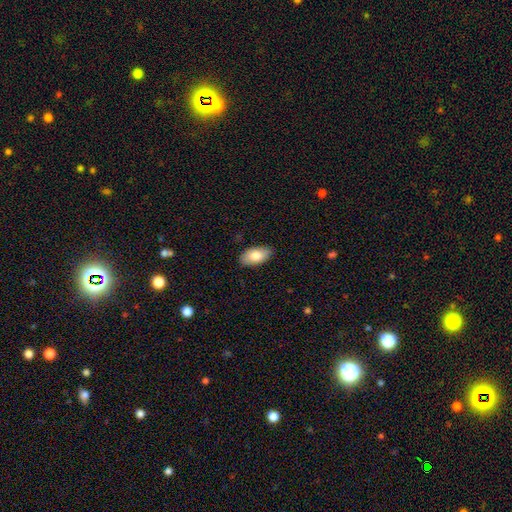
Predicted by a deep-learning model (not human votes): Smooth or featured?
  - smooth: 80% *
  - featured or disk: 13%
  - star or artifact: 6%
How rounded?
  - in between: 94% *
  - cigar-shaped: 3%
  - round: 3%
Merging?
  - none: 86% *
  - minor disturbance: 11%
  - major disturbance: 2%
  - merger: 1%